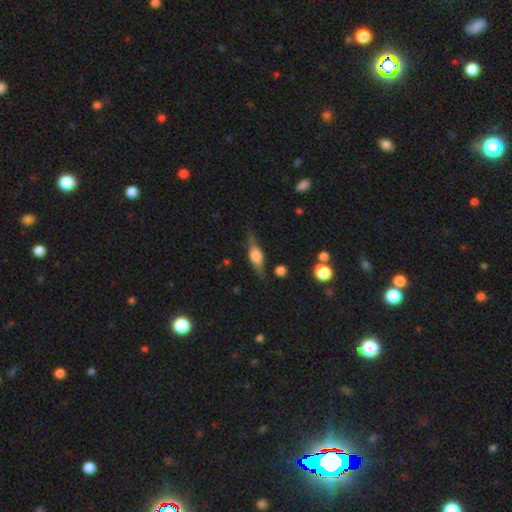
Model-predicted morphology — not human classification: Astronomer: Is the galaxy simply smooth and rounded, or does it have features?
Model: featured or disk — 64%.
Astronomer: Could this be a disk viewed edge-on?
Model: yes — 94%.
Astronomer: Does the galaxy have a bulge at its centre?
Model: rounded — 82%.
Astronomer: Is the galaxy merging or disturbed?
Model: none — 78%.